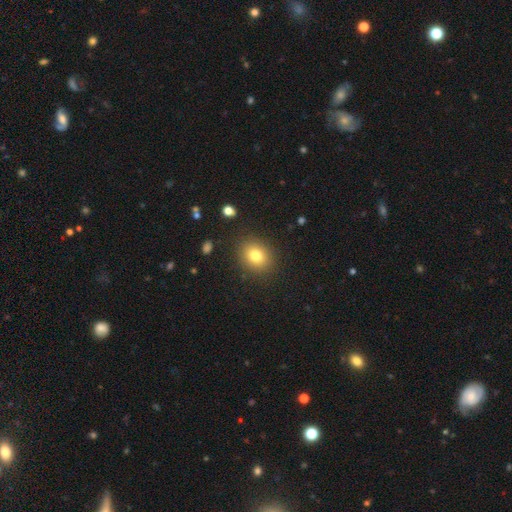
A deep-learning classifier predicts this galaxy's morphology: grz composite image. It shows a smooth galaxy with no disk features (79%) that is round (64%). Merging: none (87%).